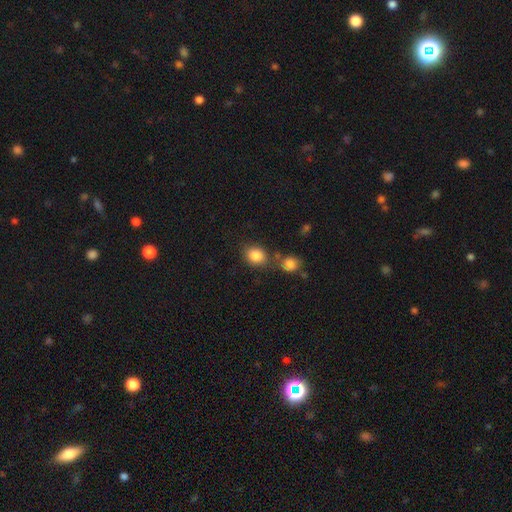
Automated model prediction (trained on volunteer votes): Smooth or featured? Predicted: smooth (p=0.85). How rounded? Predicted: round (p=0.58). Merging? Predicted: none (p=0.63).